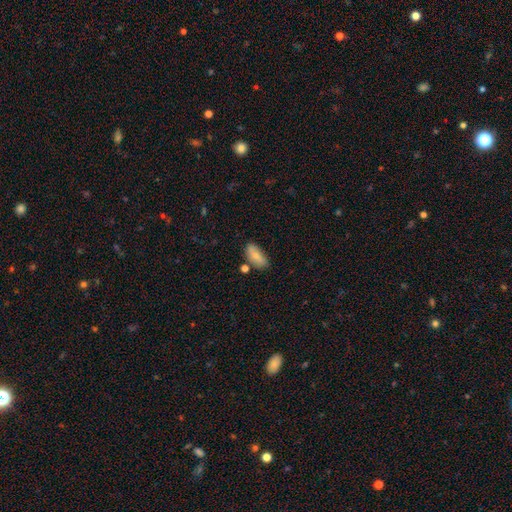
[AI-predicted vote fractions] smooth 76%, featured or disk 16%, star or artifact 7%. Down the decision tree: how rounded — in between (88%); merging — none (67%).